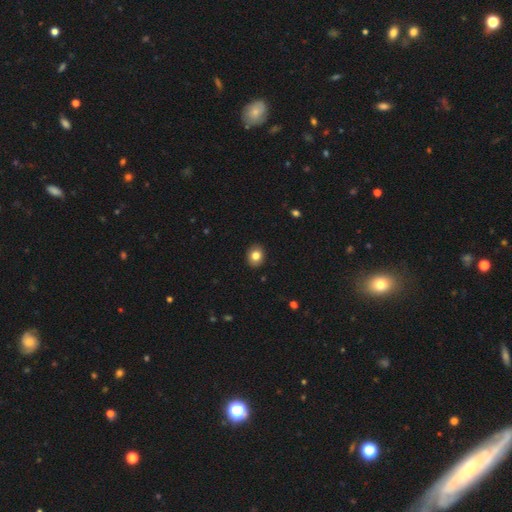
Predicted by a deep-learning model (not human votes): smooth_or_featured: smooth (p=0.82) [alt: star or artifact p=0.09]
how_rounded: round (p=0.55) [alt: in between p=0.44]
merging: none (p=0.91) [alt: minor disturbance p=0.07]